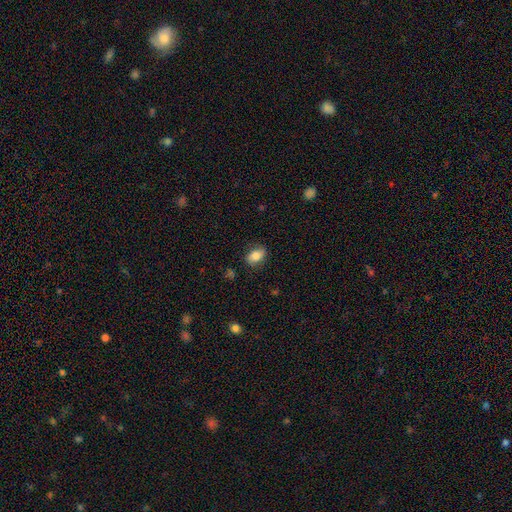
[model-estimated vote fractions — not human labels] Q: Smooth or featured?
A: smooth (79%); runner-up: featured or disk (13%)
Q: How rounded?
A: in between (84%); runner-up: round (14%)
Q: Merging?
A: none (80%); runner-up: minor disturbance (15%)